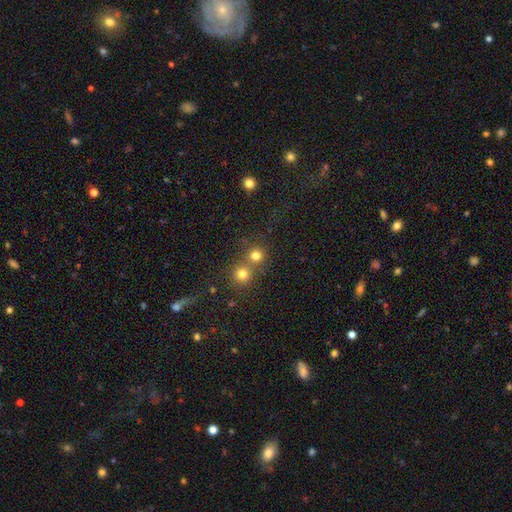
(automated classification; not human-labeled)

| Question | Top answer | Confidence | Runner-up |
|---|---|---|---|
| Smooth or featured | smooth | 76% | star or artifact (17%) |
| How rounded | round | 92% | in between (7%) |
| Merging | none | 60% | merger (32%) |